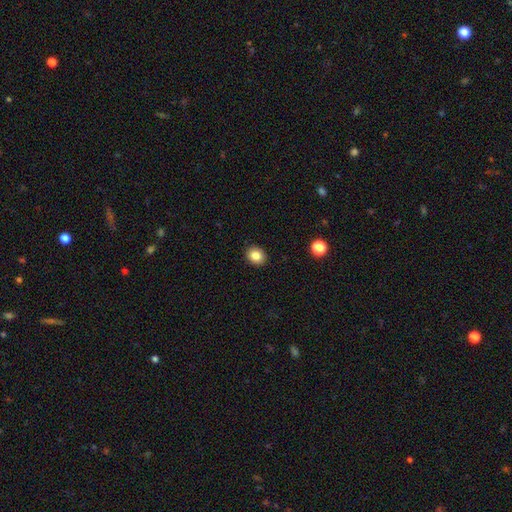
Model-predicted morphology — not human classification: Overall: smooth (83%). How rounded: round (66%; in between 33%). Merging: none (91%).